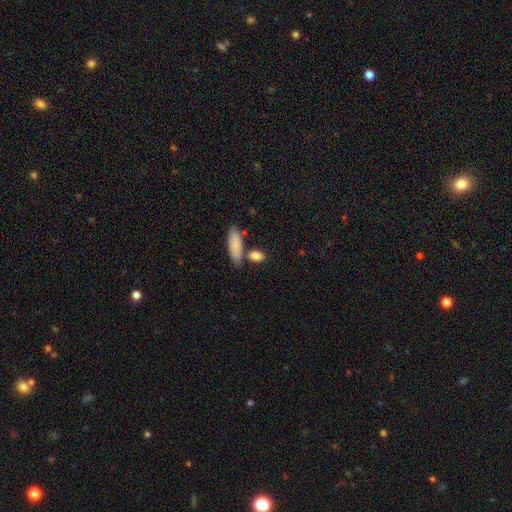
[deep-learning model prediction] This is clearly a smooth galaxy (86%). How rounded: likely in between (73%). Merging: likely none (69%).